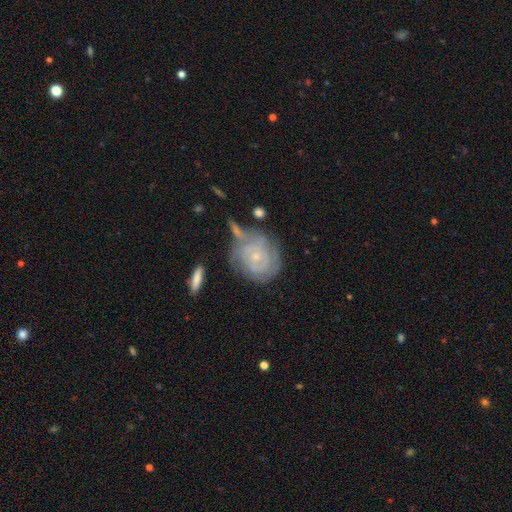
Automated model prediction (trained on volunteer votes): Morphology: type=featured or disk (74%); edge-on=no (97%); bar=no (77%); spiral arms=yes (87%); winding=tight (71%); arm count=can't tell (47%); bulge=small (77%); merging=none (53%).